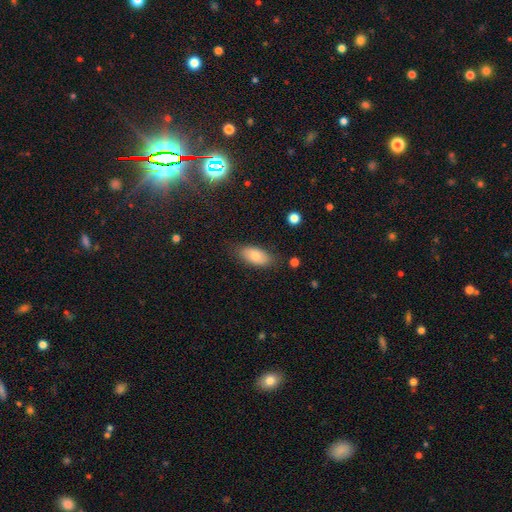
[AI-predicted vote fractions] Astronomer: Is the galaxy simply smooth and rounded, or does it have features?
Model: smooth — 80%.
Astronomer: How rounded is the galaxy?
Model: in between — 90%.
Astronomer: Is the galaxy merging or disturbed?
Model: none — 78%.